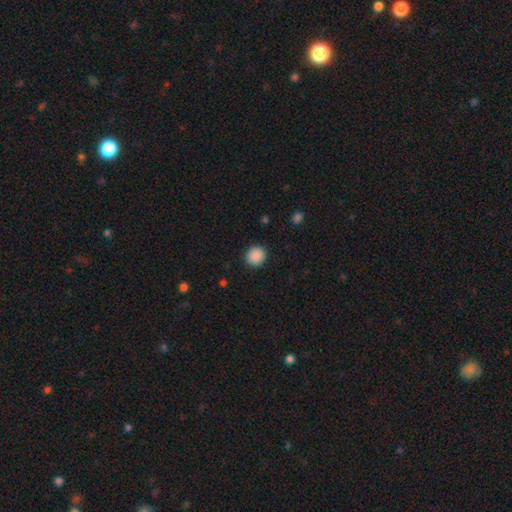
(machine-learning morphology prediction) smooth-or-featured: smooth: 89% | star or artifact: 9% | featured or disk: 2%
  how-rounded: round: 89% | in between: 10% | cigar-shaped: 1%
  merging: none: 91% | minor disturbance: 6% | major disturbance: 2% | merger: 1%